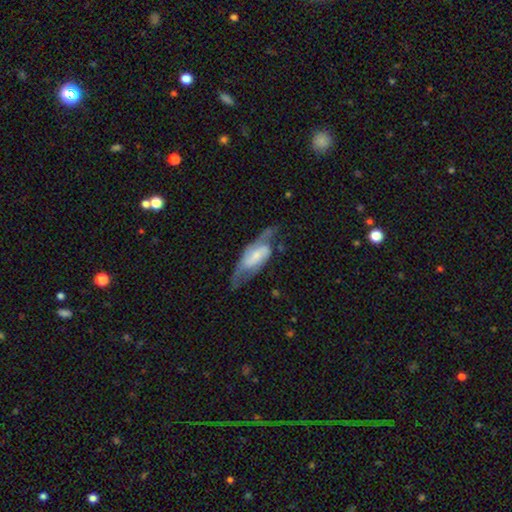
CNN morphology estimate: This is likely a featured or disk galaxy (73%). It is clearly not viewed edge-on (86%). Bar: marginally weak (42%). Spiral arm pattern: clearly yes (85%). Spiral arm count: likely 2 (79%). Spiral winding: marginally medium (45%). Central bulge: possibly small (49%). Merging: possibly none (57%).